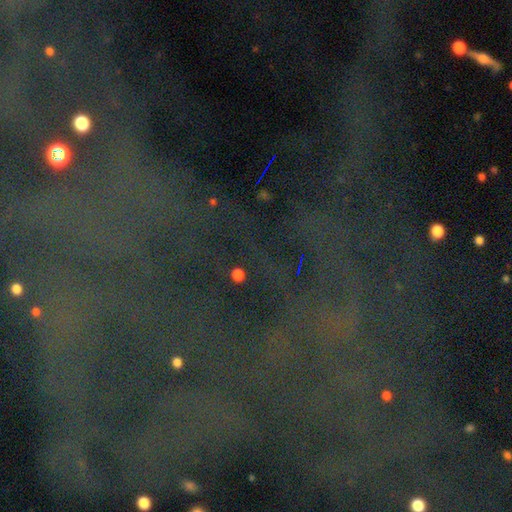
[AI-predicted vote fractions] Smooth or featured? star or artifact (80%)